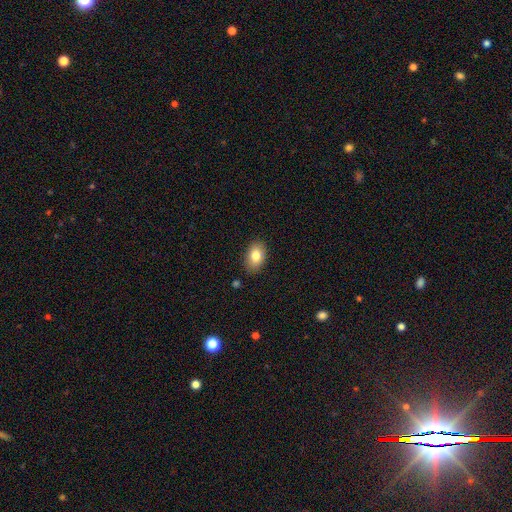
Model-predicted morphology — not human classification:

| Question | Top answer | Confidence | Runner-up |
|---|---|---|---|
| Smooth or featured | smooth | 83% | featured or disk (10%) |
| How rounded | in between | 89% | round (9%) |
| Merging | none | 86% | minor disturbance (10%) |